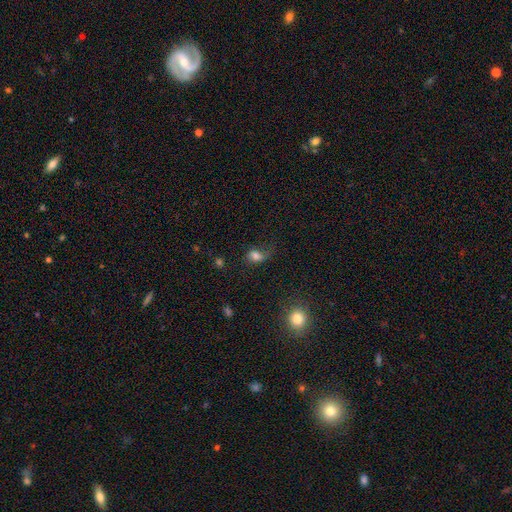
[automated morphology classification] A smooth galaxy with no disk features (70%) that is in between round and cigar-shaped (68%).

Vote fractions:
- Smooth or featured? smooth: 70% / featured or disk: 17% / star or artifact: 13%
- How rounded? in between: 68% / round: 29% / cigar-shaped: 2%
- Merging? none: 41% / major disturbance: 28% / minor disturbance: 27% / merger: 4%